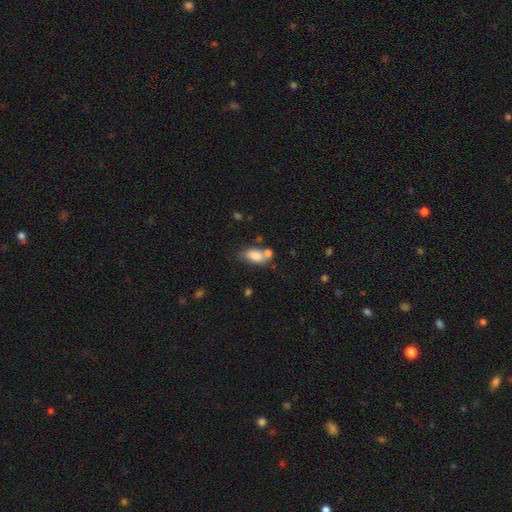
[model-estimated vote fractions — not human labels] smooth 80%, featured or disk 12%, star or artifact 8%. Down the decision tree: how rounded — in between (87%); merging — none (44%).